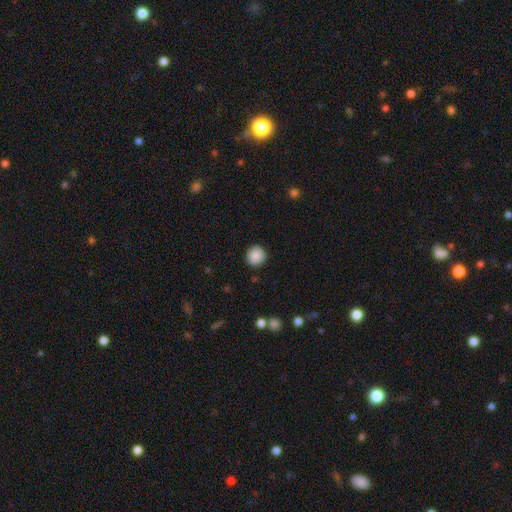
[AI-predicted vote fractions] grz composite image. It shows a smooth galaxy with no disk features (89%) that is round (91%). Merging: none (90%).